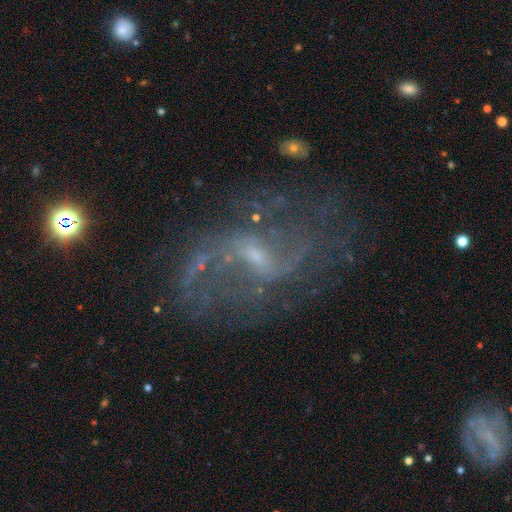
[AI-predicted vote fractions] A featured or disk galaxy (85%) with a weak bar (58%), 2 (74%) loose (65%) spiral arms (89%) and a small central bulge (67%).

Vote fractions:
- Smooth or featured? featured or disk: 85% / star or artifact: 9% / smooth: 6%
- Edge-on disk? no: 97% / yes: 3%
- Bar? weak: 58% / no: 23% / strong: 19%
- Spiral arms? yes: 89% / no: 11%
- Spiral winding? loose: 65% / medium: 27% / tight: 8%
- Spiral arm count? 2: 74% / can't tell: 12% / 1: 5% / 3: 4% / 4: 3% / more than 4: 3%
- Bulge size? small: 67% / moderate: 21% / none: 10% / large: 1% / dominant: 1%
- Merging? none: 57% / major disturbance: 21% / minor disturbance: 18% / merger: 4%